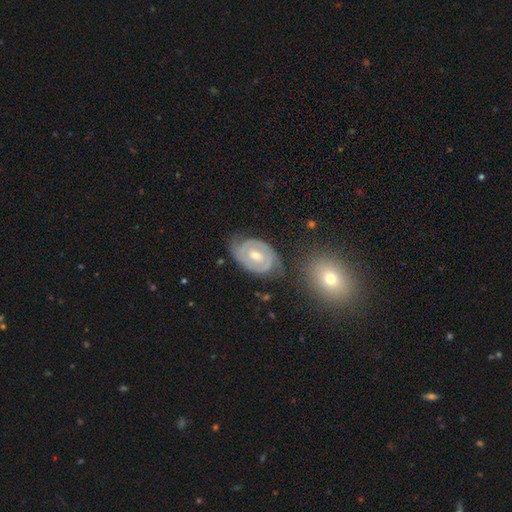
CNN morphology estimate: This is likely a featured or disk galaxy (78%). It is clearly not viewed edge-on (96%). Bar: possibly no (58%). Spiral arm pattern: likely yes (76%). Spiral arm count: likely 2 (61%). Spiral winding: likely tight (72%). Central bulge: likely moderate (70%). Merging: likely none (73%).